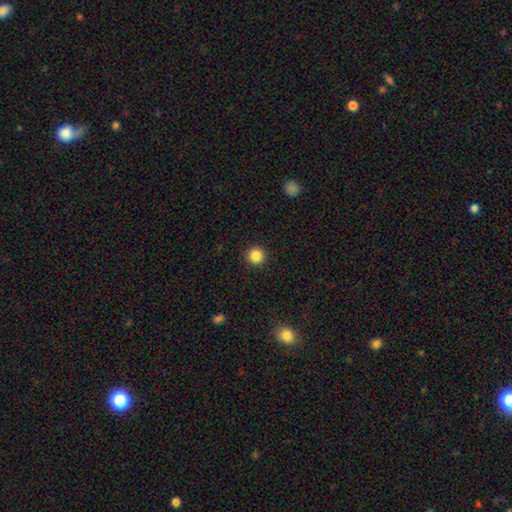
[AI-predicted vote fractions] smooth_or_featured: smooth (p=0.86) [alt: star or artifact p=0.11]
how_rounded: round (p=0.96) [alt: in between p=0.03]
merging: none (p=0.93) [alt: minor disturbance p=0.04]